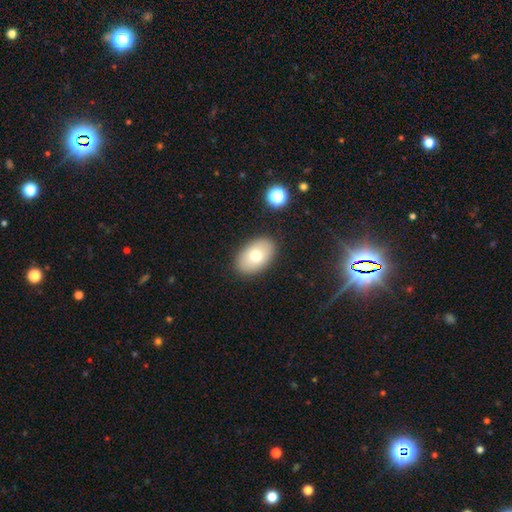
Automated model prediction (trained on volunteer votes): smooth-or-featured: smooth: 75% | featured or disk: 17% | star or artifact: 8%
  how-rounded: in between: 91% | round: 8% | cigar-shaped: 1%
  merging: none: 88% | minor disturbance: 9% | major disturbance: 2% | merger: 2%